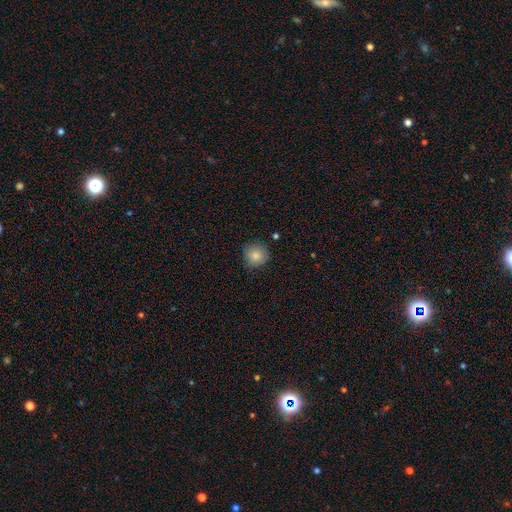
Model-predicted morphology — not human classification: A smooth galaxy with no disk features (85%) that is round (94%). Merging: none (87%).